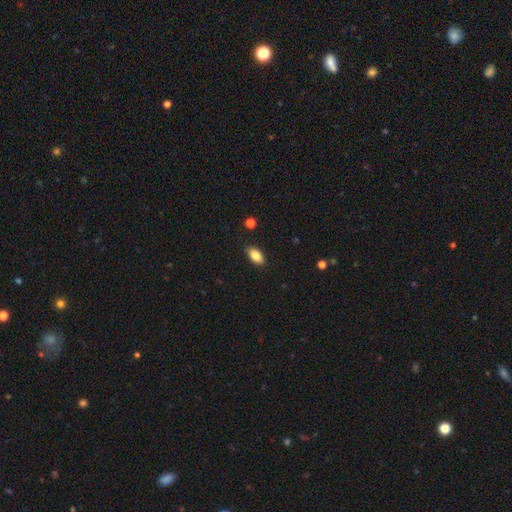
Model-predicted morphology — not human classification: The model was most divided on "smooth or featured": smooth: 83%, featured or disk: 9%, star or artifact: 8%. More confident: how rounded — in between (91%); merging — none (86%).